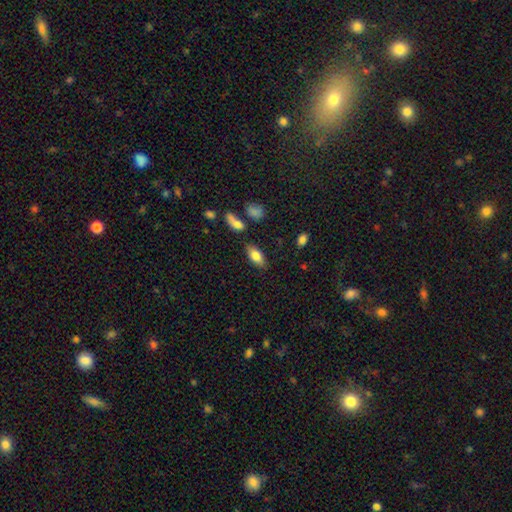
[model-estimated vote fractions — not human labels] This is clearly a smooth galaxy (80%). How rounded: clearly in between (88%). Merging: likely none (80%).